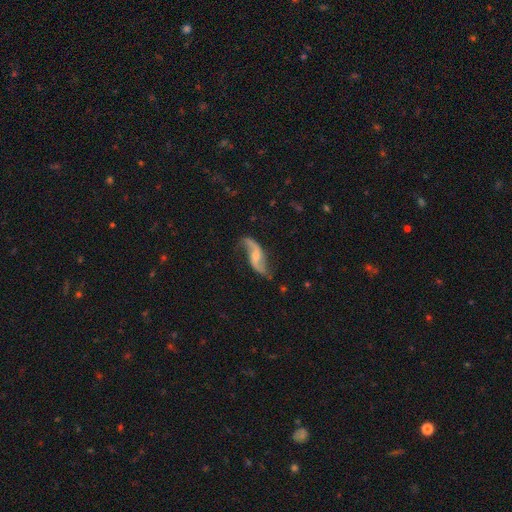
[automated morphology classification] type=featured or disk (86%); edge-on=no (94%); bar=no (44%); spiral arms=yes (96%); winding=loose (85%); arm count=2 (93%); bulge=small (49%); merging=none (72%).